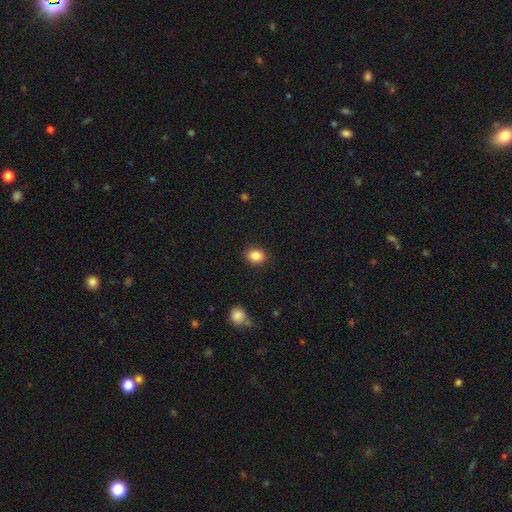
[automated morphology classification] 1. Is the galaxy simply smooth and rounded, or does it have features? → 86% smooth, 9% star or artifact, 4% featured or disk.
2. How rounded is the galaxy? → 50% in between, 49% round, 1% cigar-shaped.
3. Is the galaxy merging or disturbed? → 89% none, 7% minor disturbance, 2% major disturbance, 1% merger.